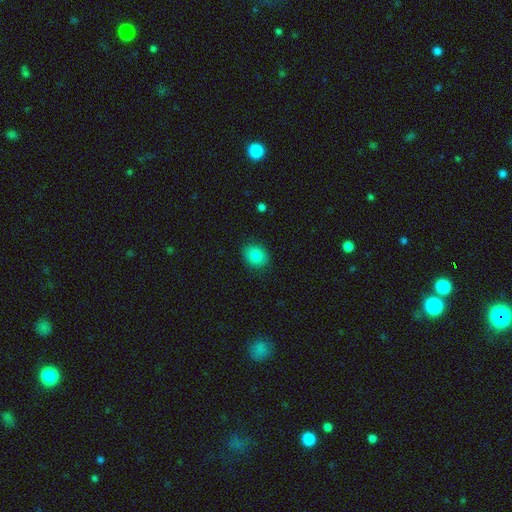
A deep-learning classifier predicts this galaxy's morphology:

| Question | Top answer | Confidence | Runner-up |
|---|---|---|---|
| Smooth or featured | smooth | 84% | star or artifact (10%) |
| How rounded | round | 58% | in between (41%) |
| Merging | none | 87% | minor disturbance (9%) |